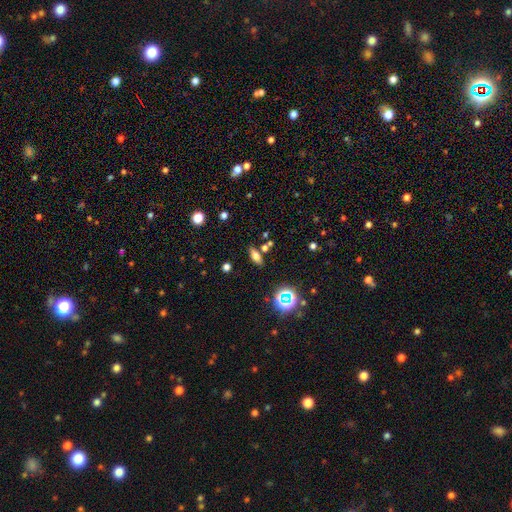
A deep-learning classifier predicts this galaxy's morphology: A smooth galaxy with no disk features (64%) that is in between round and cigar-shaped (74%).

Vote fractions:
- Smooth or featured? smooth: 64% / featured or disk: 19% / star or artifact: 17%
- How rounded? in between: 74% / cigar-shaped: 19% / round: 7%
- Merging? none: 79% / minor disturbance: 11% / merger: 7% / major disturbance: 3%